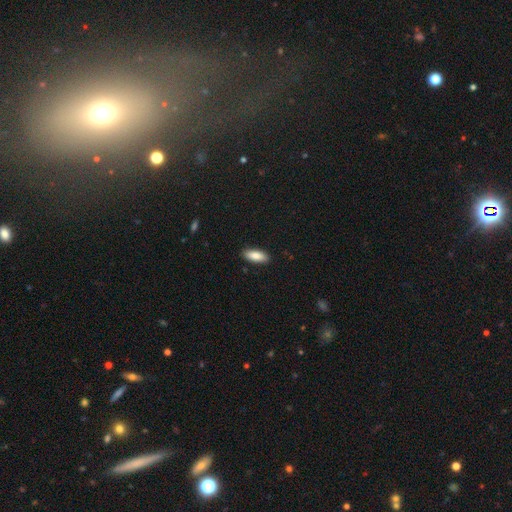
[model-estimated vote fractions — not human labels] A smooth galaxy with no disk features (86%) that is in between round and cigar-shaped (78%).

Vote fractions:
- Smooth or featured? smooth: 86% / featured or disk: 8% / star or artifact: 6%
- How rounded? in between: 78% / cigar-shaped: 20% / round: 2%
- Merging? none: 89% / minor disturbance: 8% / major disturbance: 2% / merger: 1%